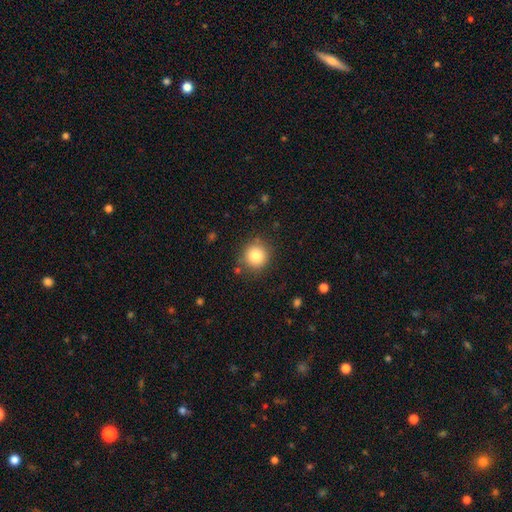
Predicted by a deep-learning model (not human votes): A smooth galaxy with no disk features (84%) that is round (92%). Merging: none (85%).